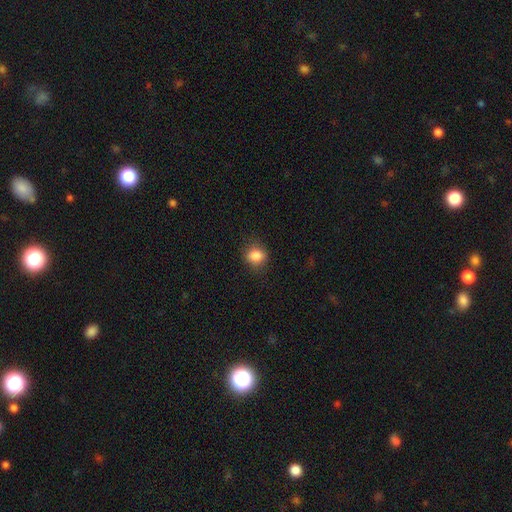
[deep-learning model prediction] smooth-or-featured: smooth: 84% | star or artifact: 10% | featured or disk: 5%
  how-rounded: round: 63% | in between: 36% | cigar-shaped: 1%
  merging: none: 81% | minor disturbance: 14% | major disturbance: 4% | merger: 1%